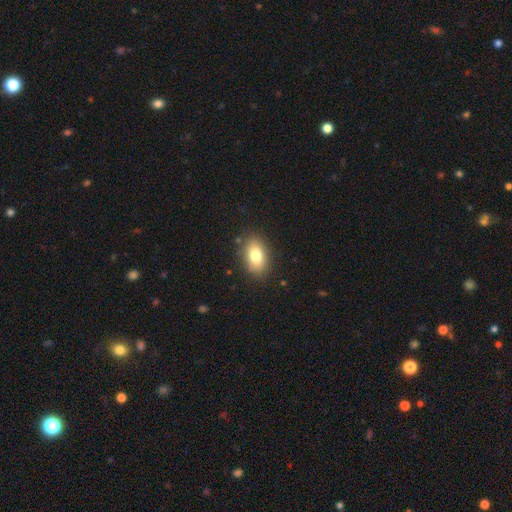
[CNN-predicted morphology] A smooth galaxy with no disk features (79%) that is in between round and cigar-shaped (88%).

Vote fractions:
- Smooth or featured? smooth: 79% / featured or disk: 13% / star or artifact: 8%
- How rounded? in between: 88% / round: 10% / cigar-shaped: 2%
- Merging? none: 85% / minor disturbance: 11% / major disturbance: 3% / merger: 2%